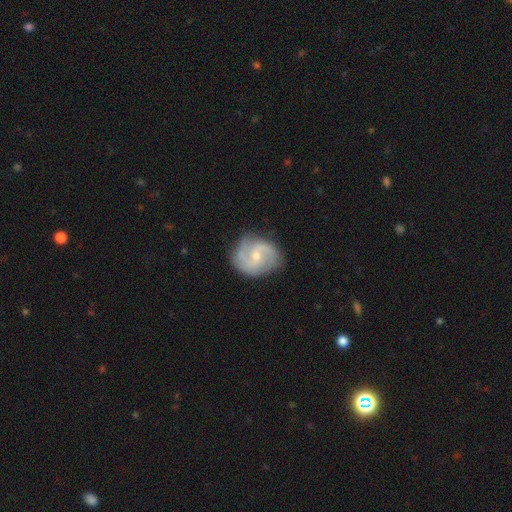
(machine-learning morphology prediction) smooth_or_featured: featured or disk (p=0.84) [alt: smooth p=0.11]
disk_edge_on: no (p=0.98) [alt: yes p=0.02]
bar: weak (p=0.51) [alt: no p=0.41]
has_spiral_arms: yes (p=0.96) [alt: no p=0.04]
spiral_winding: medium (p=0.53) [alt: tight p=0.25]
spiral_arm_count: 2 (p=0.78) [alt: 3 p=0.08]
bulge_size: small (p=0.55) [alt: moderate p=0.40]
merging: none (p=0.78) [alt: minor disturbance p=0.16]